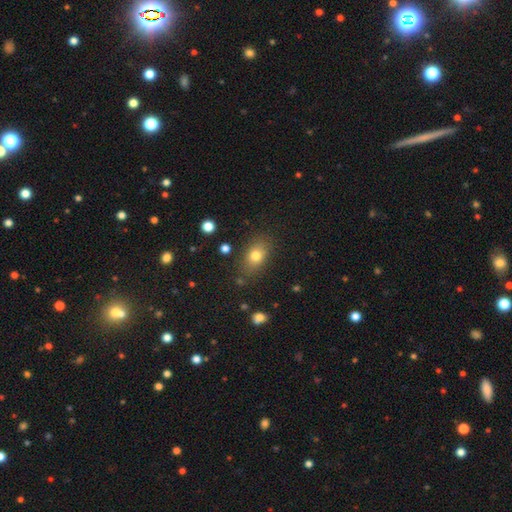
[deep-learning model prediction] A smooth galaxy with no disk features (77%) that is in between round and cigar-shaped (77%). Merging: none (80%).